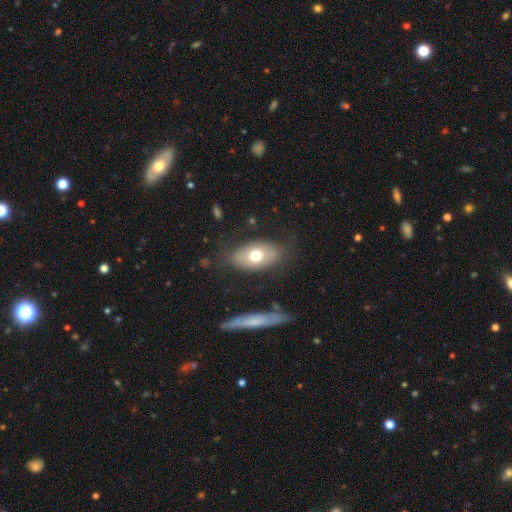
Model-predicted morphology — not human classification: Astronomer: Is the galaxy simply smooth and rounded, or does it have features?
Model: smooth — 66%.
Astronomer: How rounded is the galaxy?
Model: in between — 89%.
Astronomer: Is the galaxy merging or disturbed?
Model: none — 77%.